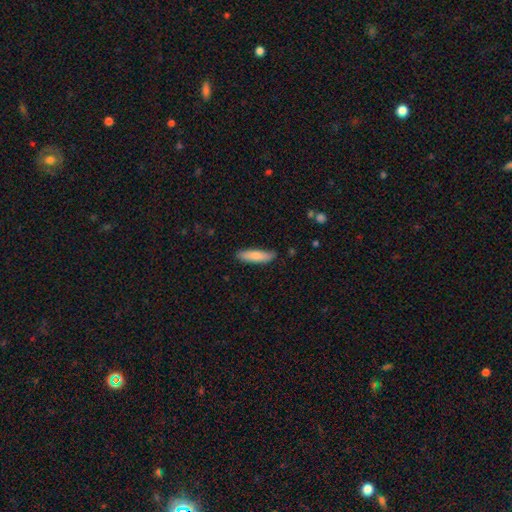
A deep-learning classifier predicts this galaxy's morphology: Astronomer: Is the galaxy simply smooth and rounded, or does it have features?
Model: smooth — 82%.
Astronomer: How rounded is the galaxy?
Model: cigar-shaped — 67%.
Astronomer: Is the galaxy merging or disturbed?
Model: none — 82%.